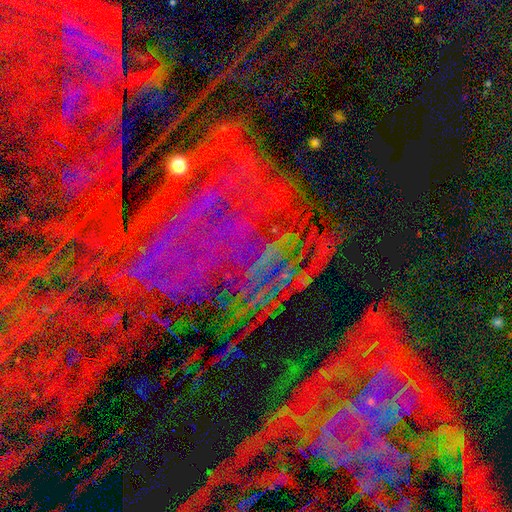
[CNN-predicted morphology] Smooth or featured?
  - star or artifact: 81% *
  - featured or disk: 11%
  - smooth: 8%